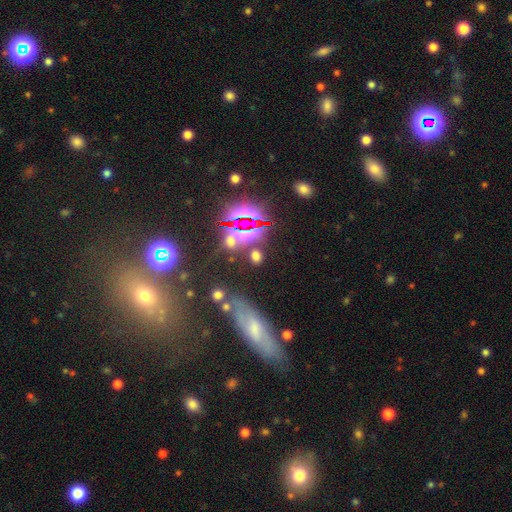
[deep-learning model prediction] The model was most divided on "smooth or featured": smooth: 50%, star or artifact: 41%, featured or disk: 9%. More confident: merging — none (75%).